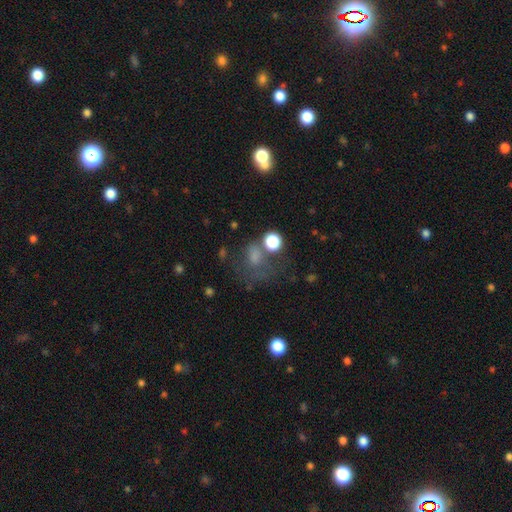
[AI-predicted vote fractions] Smooth or featured: smooth — 50% (star or artifact — 30%)
Merging: none — 45% (major disturbance — 26%)